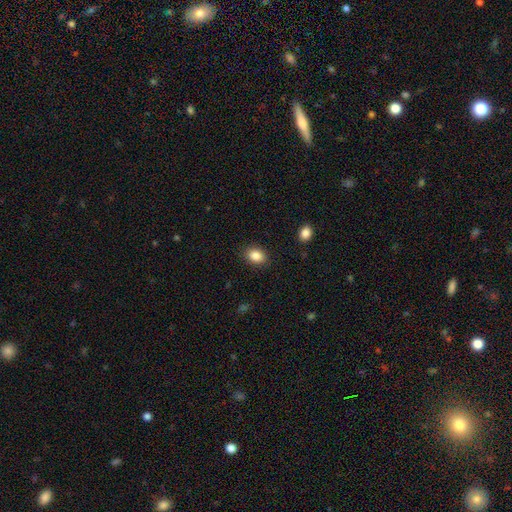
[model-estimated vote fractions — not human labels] smooth-or-featured: smooth: 86% | star or artifact: 9% | featured or disk: 5%
  how-rounded: in between: 69% | round: 30% | cigar-shaped: 1%
  merging: none: 88% | minor disturbance: 8% | major disturbance: 2% | merger: 1%